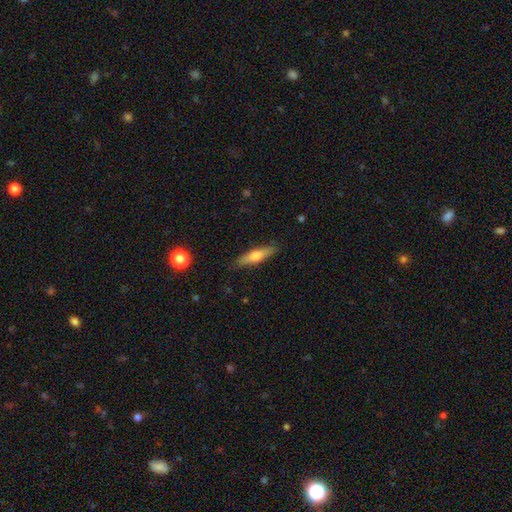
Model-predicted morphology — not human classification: smooth 53%, featured or disk 40%, star or artifact 6%. Down the decision tree: how rounded — cigar-shaped (76%); merging — none (87%).